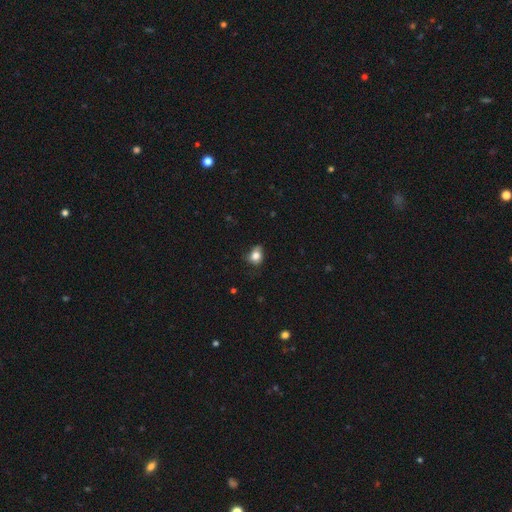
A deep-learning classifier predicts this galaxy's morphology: Q: Smooth or featured?
A: smooth (79%); runner-up: featured or disk (11%)
Q: How rounded?
A: in between (50%); runner-up: round (49%)
Q: Merging?
A: none (49%); runner-up: minor disturbance (36%)